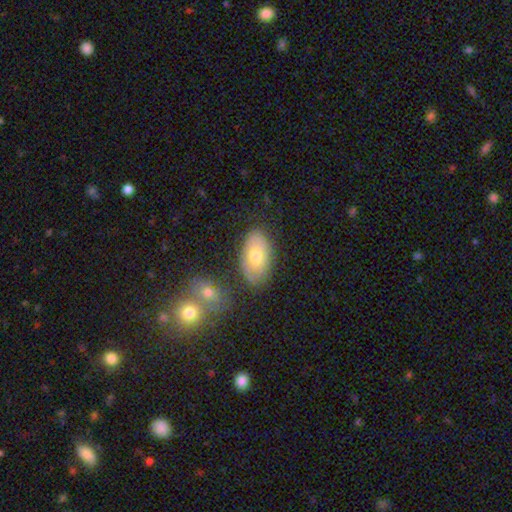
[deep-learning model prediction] smooth 72%, featured or disk 21%, star or artifact 7%. Down the decision tree: how rounded — in between (93%); merging — none (76%).